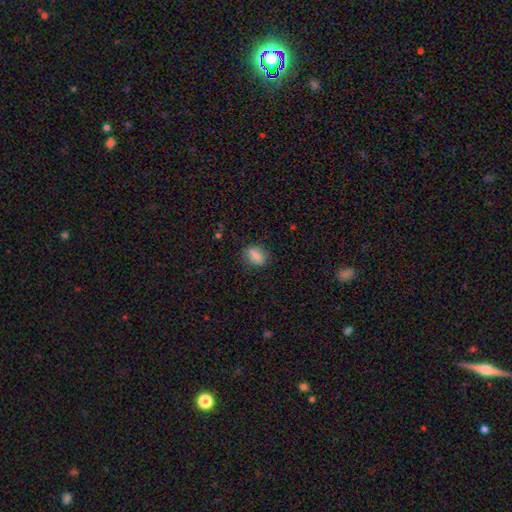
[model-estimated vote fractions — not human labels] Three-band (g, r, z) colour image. It shows a smooth galaxy with no disk features (82%) that is in between round and cigar-shaped (66%). Merging: none (82%).